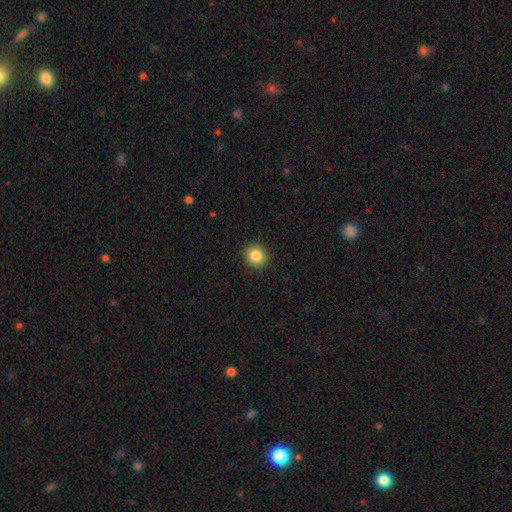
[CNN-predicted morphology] Q: Smooth or featured?
A: smooth (85%); runner-up: star or artifact (10%)
Q: How rounded?
A: round (86%); runner-up: in between (13%)
Q: Merging?
A: none (91%); runner-up: minor disturbance (6%)